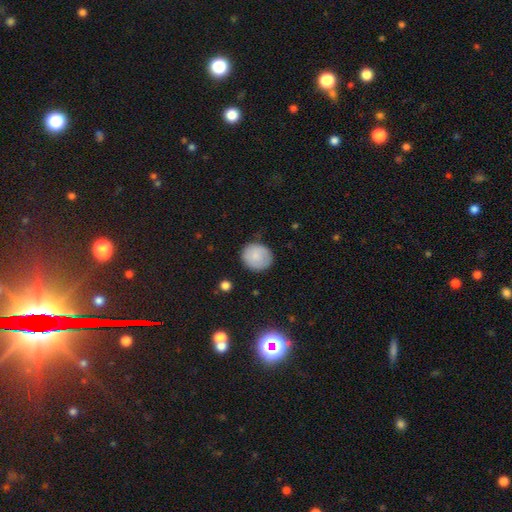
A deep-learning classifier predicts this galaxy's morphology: type=smooth (83%); roundness=round (86%); merging=none (79%).